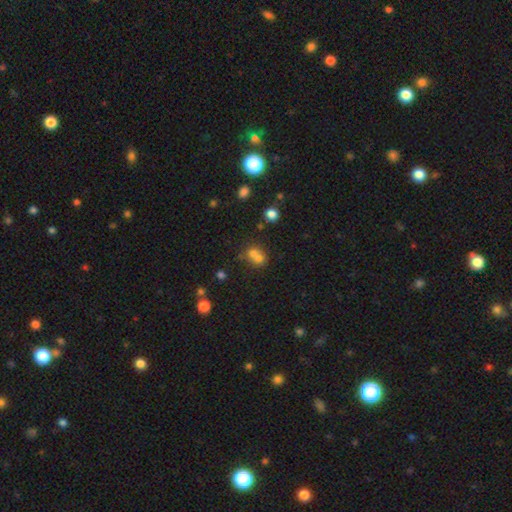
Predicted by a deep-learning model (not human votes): Q: Smooth or featured?
A: smooth (67%); runner-up: featured or disk (17%)
Q: How rounded?
A: round (72%); runner-up: in between (27%)
Q: Merging?
A: merger (61%); runner-up: none (30%)